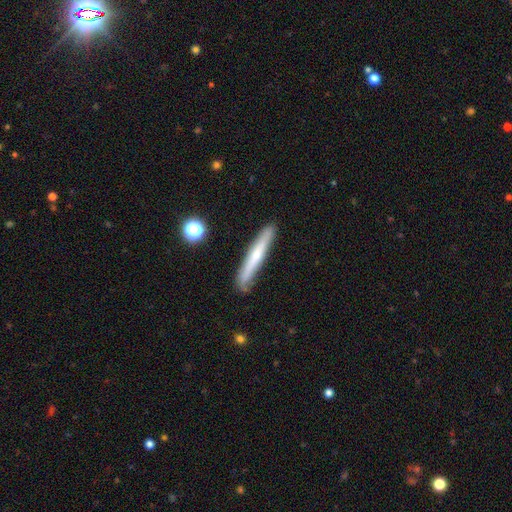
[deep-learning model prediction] Smooth or featured? Predicted: smooth (p=0.51). How rounded? Predicted: cigar-shaped (p=0.95). Merging? Predicted: none (p=0.87).